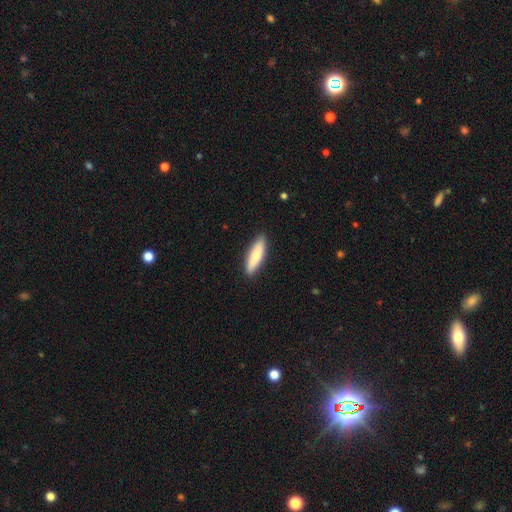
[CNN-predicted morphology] A smooth galaxy with no disk features (78%) that is cigar-shaped (68%). Merging: none (88%).